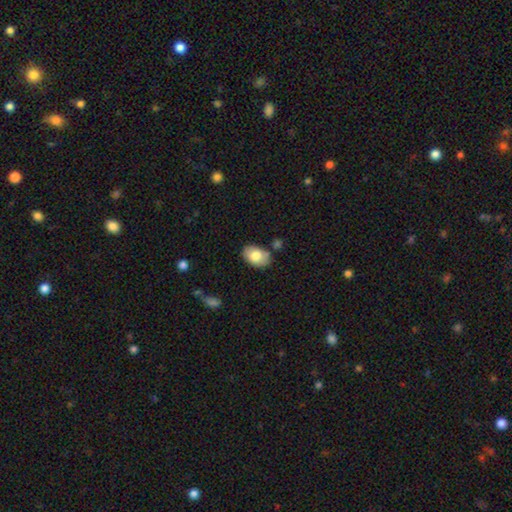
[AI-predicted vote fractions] Smooth or featured?
  - smooth: 76% *
  - featured or disk: 17%
  - star or artifact: 7%
How rounded?
  - in between: 86% *
  - round: 13%
  - cigar-shaped: 1%
Merging?
  - none: 75% *
  - minor disturbance: 15%
  - merger: 6%
  - major disturbance: 3%